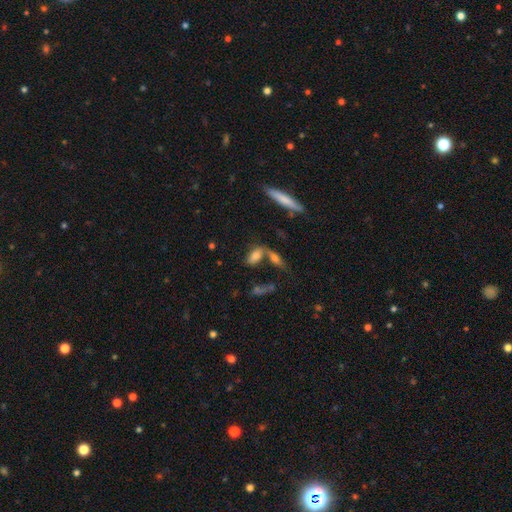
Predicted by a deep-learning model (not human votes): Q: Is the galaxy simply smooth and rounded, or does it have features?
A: smooth — 69%.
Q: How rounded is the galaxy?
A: in between — 76%.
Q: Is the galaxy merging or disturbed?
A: none — 48%.